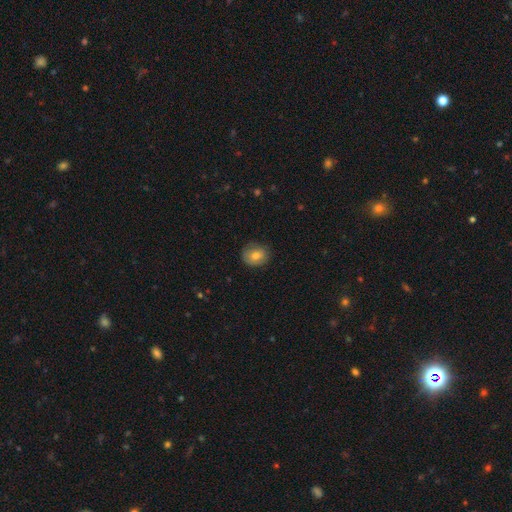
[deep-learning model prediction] Smooth or featured?
  - smooth: 74% *
  - featured or disk: 18%
  - star or artifact: 8%
How rounded?
  - round: 60% *
  - in between: 39%
  - cigar-shaped: 1%
Merging?
  - none: 81% *
  - minor disturbance: 15%
  - major disturbance: 4%
  - merger: 1%